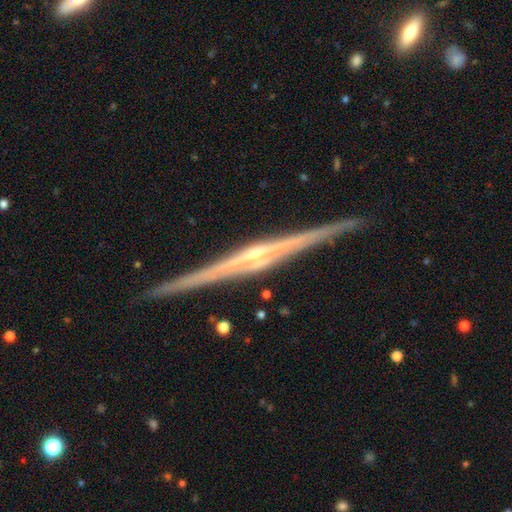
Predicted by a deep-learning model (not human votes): This is clearly a featured or disk galaxy (89%). It is clearly viewed edge-on (99%). Edge-on bulge: likely rounded (66%). Merging: clearly none (92%).